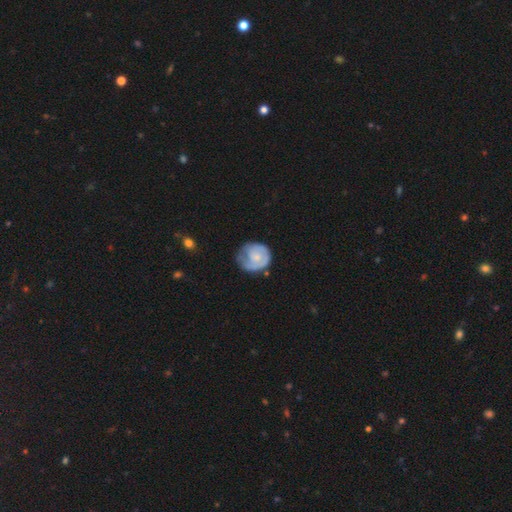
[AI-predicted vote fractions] Smooth or featured? featured or disk (51%)
Edge-on disk? no (98%)
Merging? none (49%)